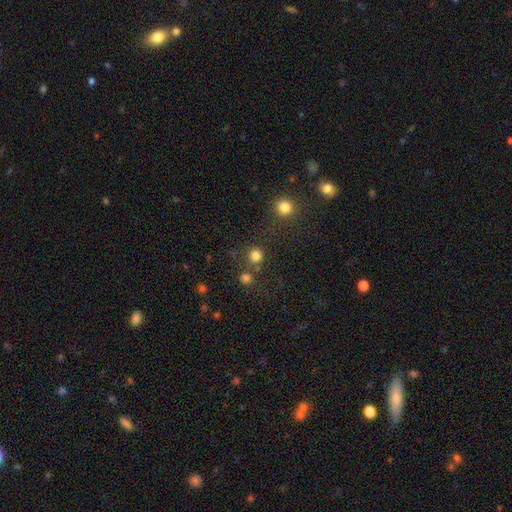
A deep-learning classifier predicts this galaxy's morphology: Q: Smooth or featured?
A: smooth (79%); runner-up: star or artifact (16%)
Q: How rounded?
A: round (92%); runner-up: in between (7%)
Q: Merging?
A: none (74%); runner-up: merger (15%)